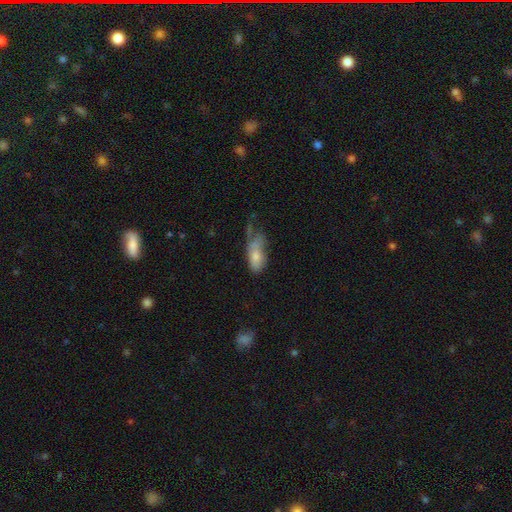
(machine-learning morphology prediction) This is likely a smooth galaxy (69%). How rounded: clearly in between (88%). Merging: marginally major disturbance (38%).